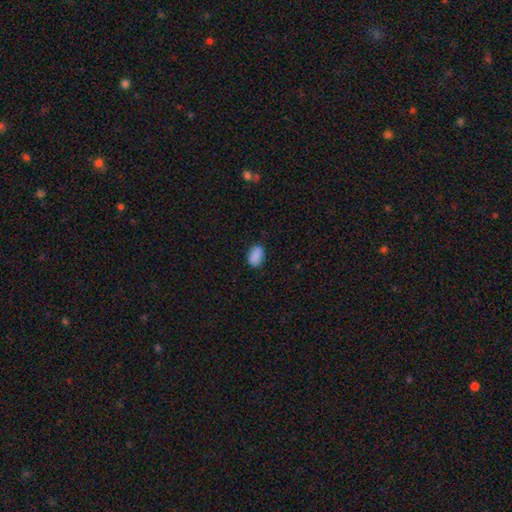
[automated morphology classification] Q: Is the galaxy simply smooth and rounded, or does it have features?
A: smooth — 87%.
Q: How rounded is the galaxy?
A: in between — 86%.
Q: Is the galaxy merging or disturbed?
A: none — 80%.